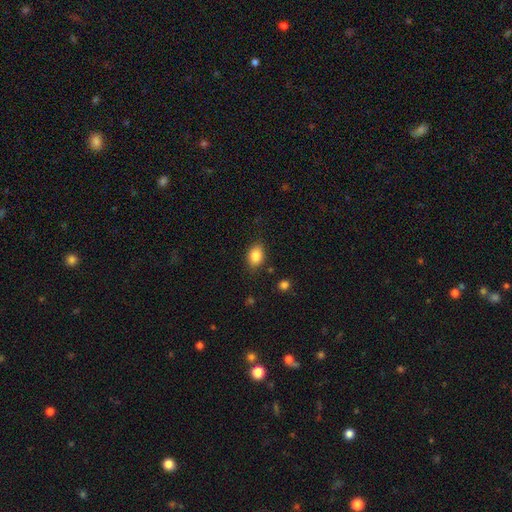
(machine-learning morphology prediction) Q: Smooth or featured?
A: smooth (84%); runner-up: star or artifact (9%)
Q: How rounded?
A: in between (77%); runner-up: round (22%)
Q: Merging?
A: none (83%); runner-up: minor disturbance (12%)